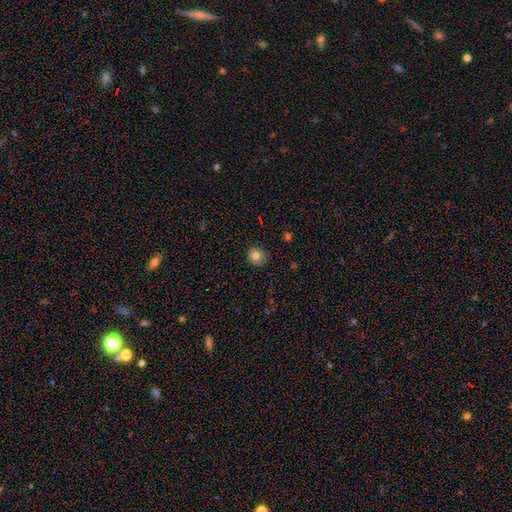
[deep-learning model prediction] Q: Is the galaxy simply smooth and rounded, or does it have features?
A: smooth — 82%.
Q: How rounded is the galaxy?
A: round — 90%.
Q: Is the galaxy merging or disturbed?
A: none — 86%.